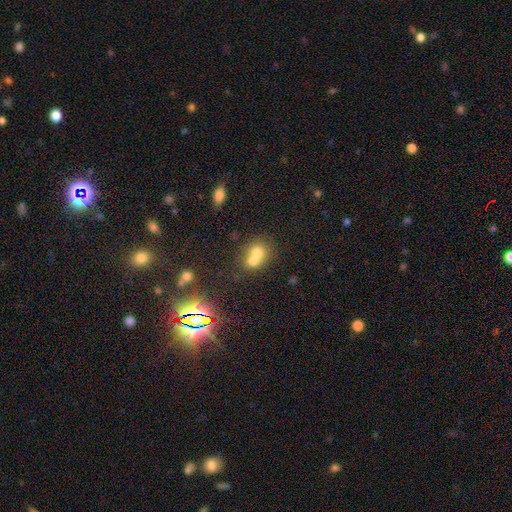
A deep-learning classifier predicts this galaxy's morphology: Smooth or featured: smooth — 67% (featured or disk — 20%)
How rounded: round — 70% (in between — 29%)
Merging: merger — 67% (none — 25%)